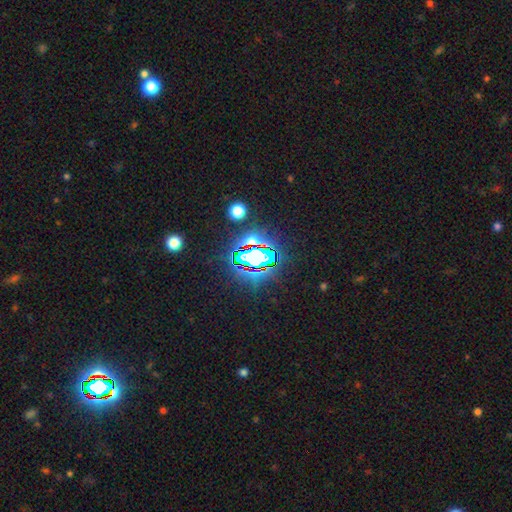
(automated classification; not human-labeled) Smooth or featured? star or artifact (72%)